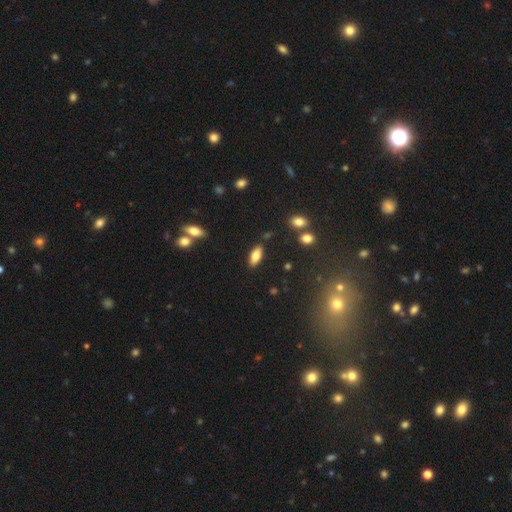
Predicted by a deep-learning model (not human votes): Smooth or featured? Predicted: smooth (p=0.76). How rounded? Predicted: in between (p=0.81). Merging? Predicted: none (p=0.83).